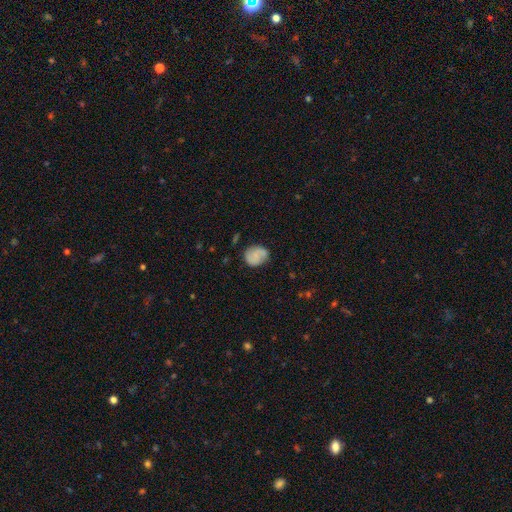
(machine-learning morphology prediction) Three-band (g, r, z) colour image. It shows a smooth galaxy with no disk features (65%) that is round (59%). Merging: none (66%).